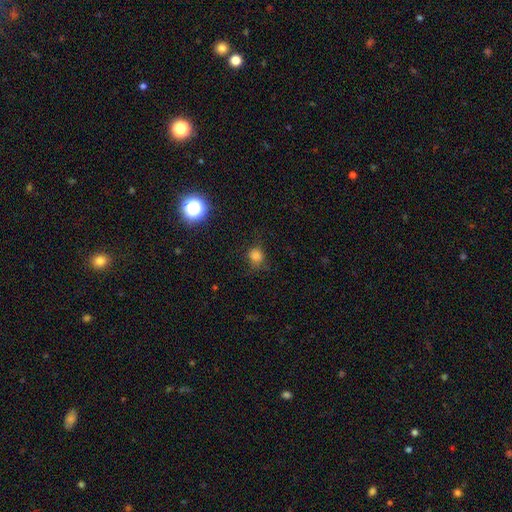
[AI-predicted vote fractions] A smooth galaxy with no disk features (78%) that is round (83%). Merging: none (69%).